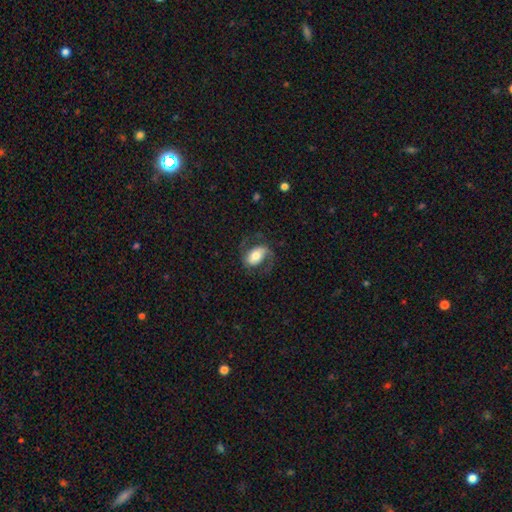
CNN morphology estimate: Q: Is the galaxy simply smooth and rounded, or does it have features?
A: featured or disk — 60%.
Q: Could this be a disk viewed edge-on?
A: no — 95%.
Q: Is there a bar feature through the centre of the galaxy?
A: no — 38%.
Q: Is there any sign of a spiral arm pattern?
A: yes — 85%.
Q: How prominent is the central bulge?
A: moderate — 58%.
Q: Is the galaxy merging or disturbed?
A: none — 65%.